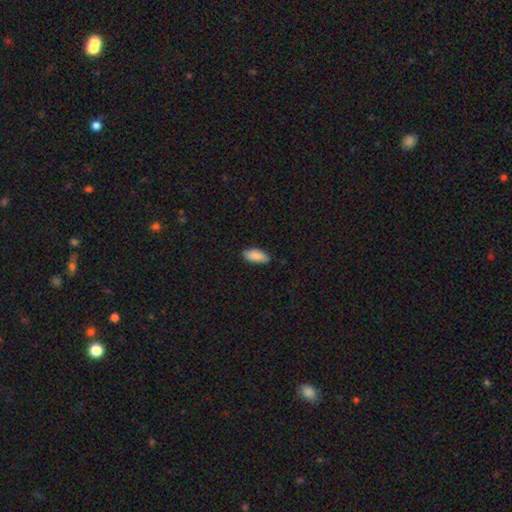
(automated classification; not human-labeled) Smooth or featured: smooth — 90% (star or artifact — 6%)
How rounded: in between — 87% (cigar-shaped — 11%)
Merging: none — 86% (minor disturbance — 11%)